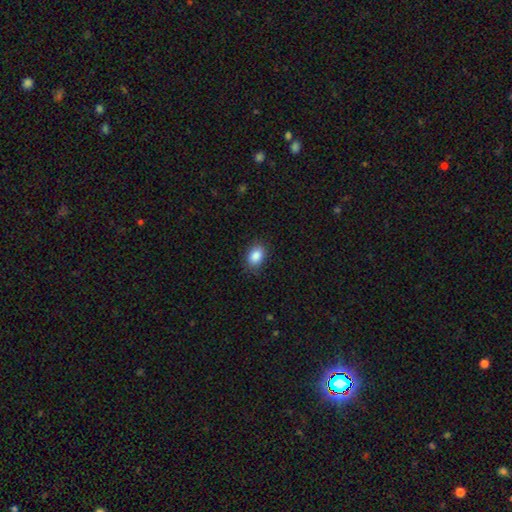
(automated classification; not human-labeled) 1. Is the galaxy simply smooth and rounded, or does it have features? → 88% smooth, 8% star or artifact, 4% featured or disk.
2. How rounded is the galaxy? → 81% in between, 18% round, 1% cigar-shaped.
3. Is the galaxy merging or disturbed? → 85% none, 11% minor disturbance, 3% major disturbance, 1% merger.